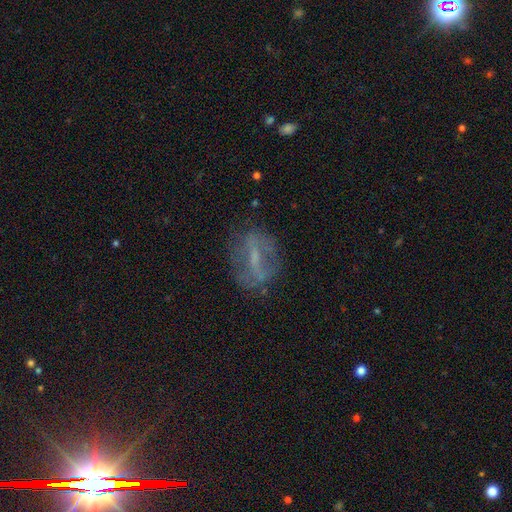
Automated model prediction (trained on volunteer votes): Morphology: type=featured or disk (53%); edge-on=no (84%); merging=none (72%).